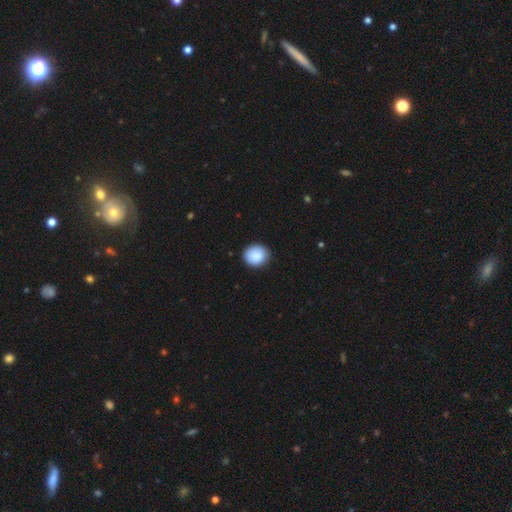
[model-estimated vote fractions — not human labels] smooth-or-featured: smooth: 89% | star or artifact: 7% | featured or disk: 4%
  how-rounded: round: 79% | in between: 20% | cigar-shaped: 1%
  merging: none: 87% | minor disturbance: 10% | major disturbance: 2% | merger: 1%